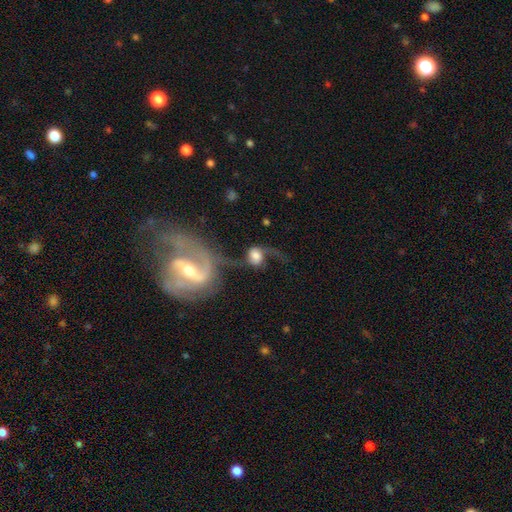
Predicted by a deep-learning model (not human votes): The model was most divided on "bulge size" (2-way tie): large: 34%, moderate: 34%, small: 14%, dominant: 11%, none: 7%. Remaining: edge-on disk — no (95%); spiral arms — yes (87%); spiral winding — loose (79%); spiral arm count — 2 (77%); smooth or featured — featured or disk (61%); bar — no (54%); merging — merger (32%).